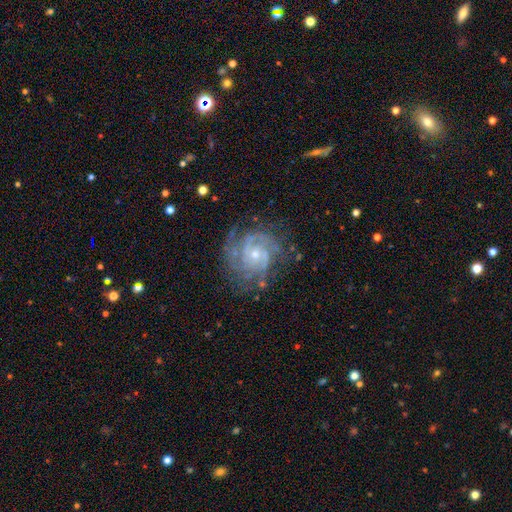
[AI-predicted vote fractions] Smooth or featured: featured or disk — 82% (star or artifact — 11%)
Edge-on disk: no — 97% (yes — 3%)
Bar: no — 68% (weak — 25%)
Spiral arms: yes — 97% (no — 3%)
Spiral winding: tight — 69% (medium — 26%)
Spiral arm count: can't tell — 29% (3 — 22%)
Bulge size: small — 67% (moderate — 28%)
Merging: none — 76% (minor disturbance — 16%)